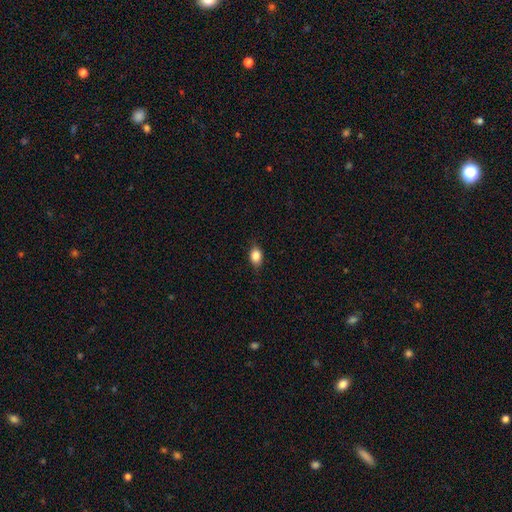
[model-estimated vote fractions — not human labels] Overall: smooth (83%). How rounded: in between (72%). Merging: none (80%).